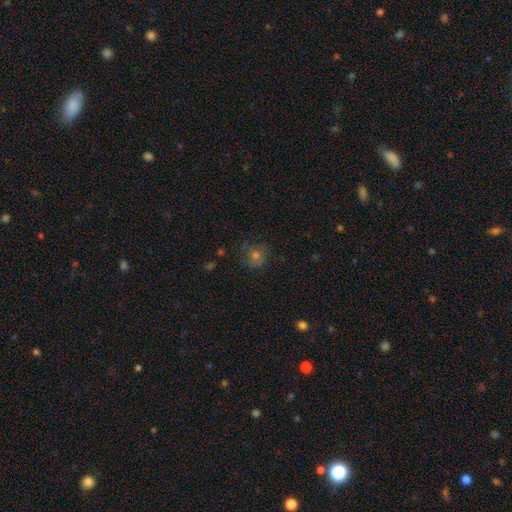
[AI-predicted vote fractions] This appears to be a smooth galaxy with no disk features (49%). Merging: none (75%).